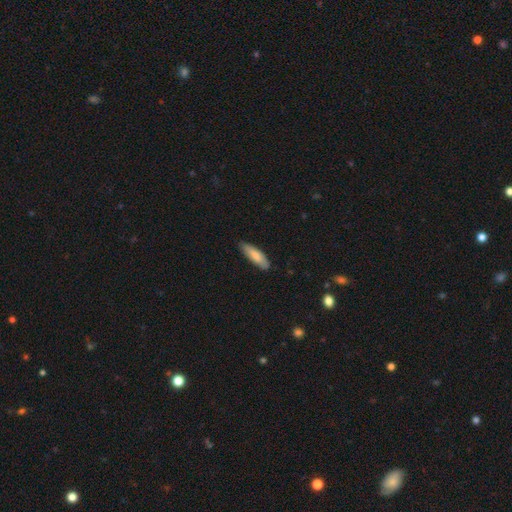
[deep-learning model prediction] smooth_or_featured: smooth (p=0.77) [alt: featured or disk p=0.18]
how_rounded: cigar-shaped (p=0.53) [alt: in between p=0.45]
merging: none (p=0.81) [alt: minor disturbance p=0.15]